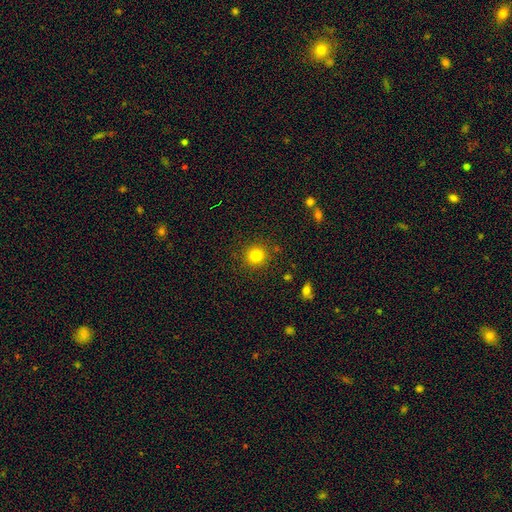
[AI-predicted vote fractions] smooth_or_featured: smooth (p=0.81) [alt: star or artifact p=0.13]
how_rounded: round (p=0.92) [alt: in between p=0.07]
merging: none (p=0.89) [alt: minor disturbance p=0.07]